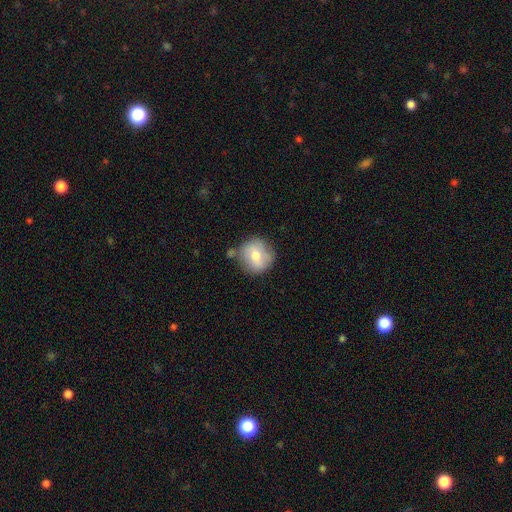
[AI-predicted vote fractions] smooth_or_featured: smooth (p=0.67) [alt: featured or disk p=0.25]
how_rounded: round (p=0.91) [alt: in between p=0.08]
merging: none (p=0.70) [alt: minor disturbance p=0.18]